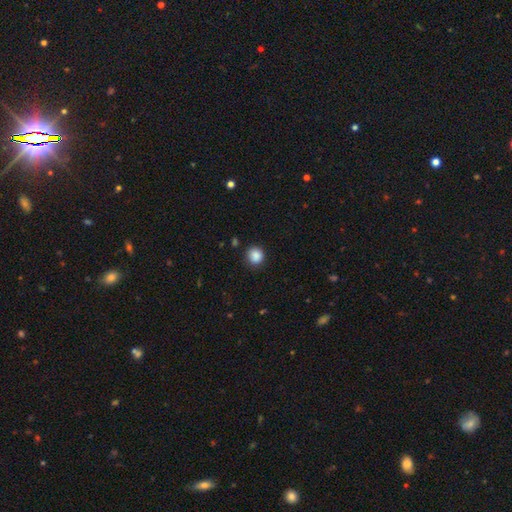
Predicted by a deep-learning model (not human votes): Smooth or featured?
  - smooth: 87% *
  - star or artifact: 10%
  - featured or disk: 3%
How rounded?
  - round: 87% *
  - in between: 12%
  - cigar-shaped: 1%
Merging?
  - none: 86% *
  - minor disturbance: 10%
  - major disturbance: 3%
  - merger: 1%